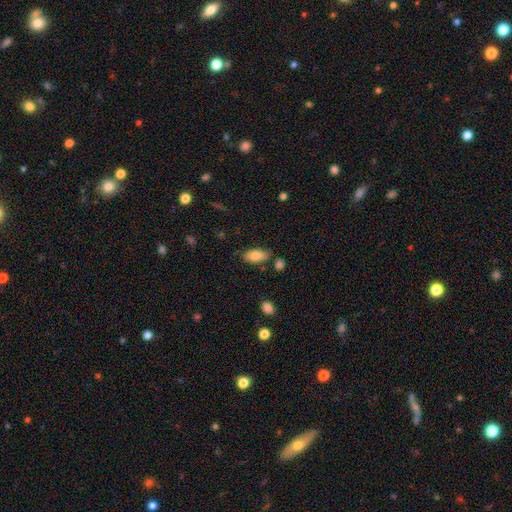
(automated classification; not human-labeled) The model was most divided on "merging": none: 75%, minor disturbance: 16%, merger: 6%, major disturbance: 3%. More confident: how rounded — in between (91%); smooth or featured — smooth (82%).